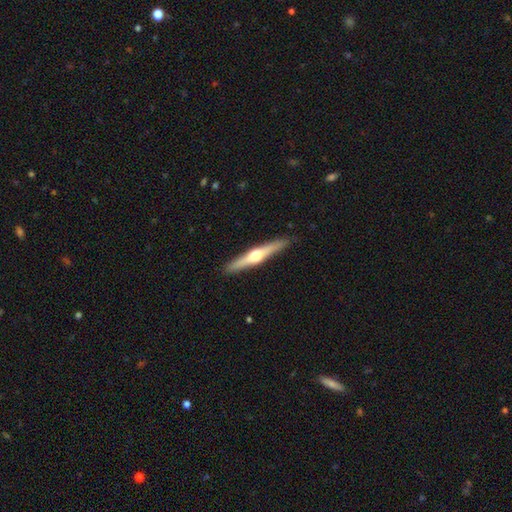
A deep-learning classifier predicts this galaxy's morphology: smooth-or-featured: featured or disk: 69% | smooth: 26% | star or artifact: 5%
  disk-edge-on: yes: 98% | no: 2%
    edge-on-bulge: rounded: 94% | boxy: 3% | none: 3%
  merging: none: 90% | minor disturbance: 7% | major disturbance: 1% | merger: 1%